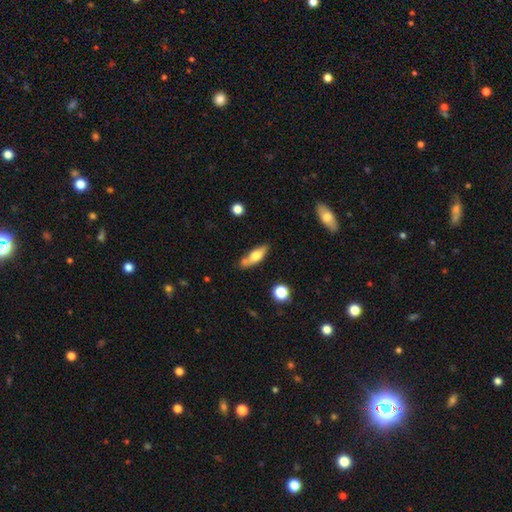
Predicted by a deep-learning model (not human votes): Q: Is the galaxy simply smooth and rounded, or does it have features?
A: smooth — 62%.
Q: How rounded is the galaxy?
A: in between — 56%.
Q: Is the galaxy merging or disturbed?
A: none — 63%.